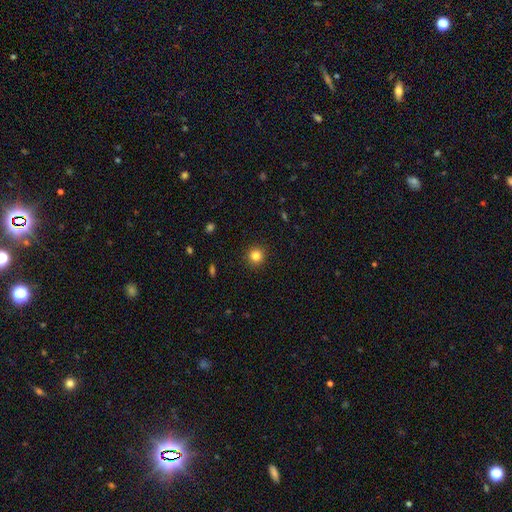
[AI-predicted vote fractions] A smooth galaxy with no disk features (83%) that is round (94%).

Vote fractions:
- Smooth or featured? smooth: 83% / star or artifact: 12% / featured or disk: 5%
- How rounded? round: 94% / in between: 5% / cigar-shaped: 1%
- Merging? none: 92% / minor disturbance: 5% / major disturbance: 2% / merger: 1%